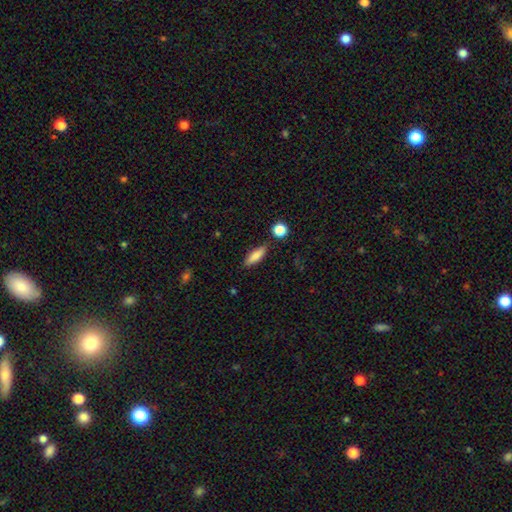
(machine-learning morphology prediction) smooth_or_featured: smooth (p=0.80) [alt: featured or disk p=0.13]
how_rounded: cigar-shaped (p=0.49) [alt: in between p=0.48]
merging: none (p=0.84) [alt: minor disturbance p=0.10]